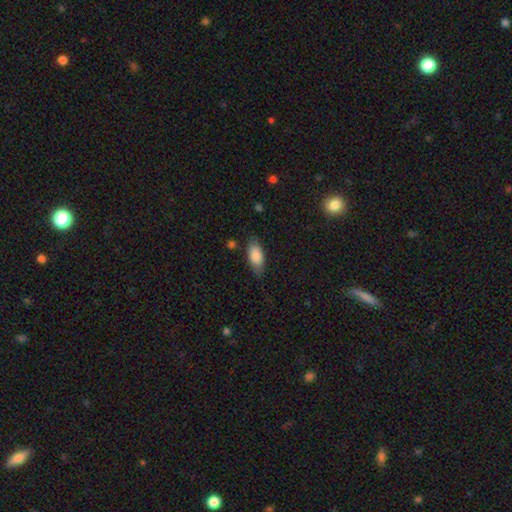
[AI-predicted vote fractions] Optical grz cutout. It shows a smooth galaxy with no disk features (86%) that is in between round and cigar-shaped (87%). Merging: none (74%).